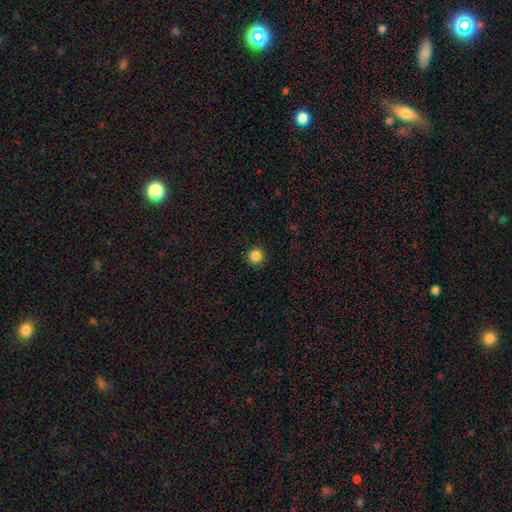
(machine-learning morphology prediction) Smooth or featured? smooth (85%)
How rounded? round (95%)
Merging? none (92%)